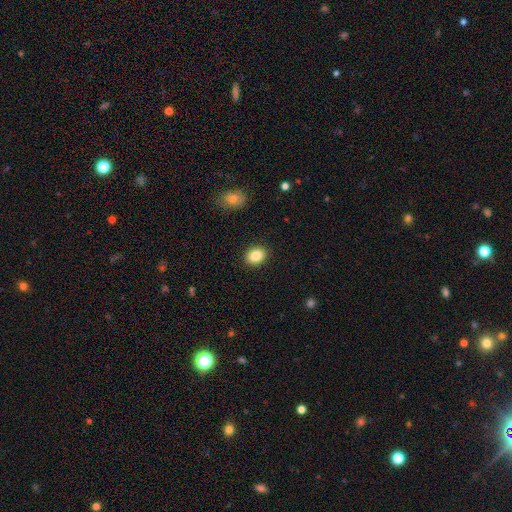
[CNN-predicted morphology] A smooth galaxy with no disk features (86%) that is in between round and cigar-shaped (58%). Merging: none (90%).